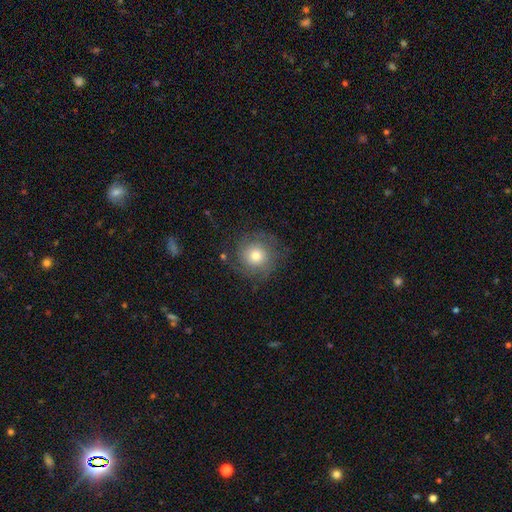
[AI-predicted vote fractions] smooth-or-featured: smooth: 51% | featured or disk: 39% | star or artifact: 10%
  how-rounded: round: 93% | in between: 6% | cigar-shaped: 1%
  merging: none: 73% | minor disturbance: 16% | major disturbance: 10% | merger: 2%